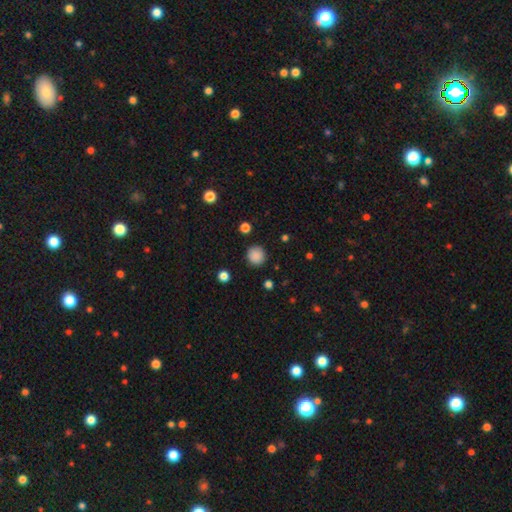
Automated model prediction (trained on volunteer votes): A smooth galaxy with no disk features (87%) that is round (94%).

Vote fractions:
- Smooth or featured? smooth: 87% / star or artifact: 10% / featured or disk: 3%
- How rounded? round: 94% / in between: 6% / cigar-shaped: 1%
- Merging? none: 89% / minor disturbance: 7% / major disturbance: 2% / merger: 1%